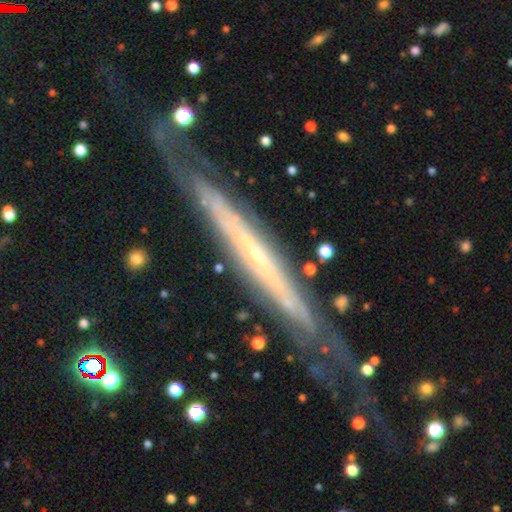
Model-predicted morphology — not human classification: A featured or disk galaxy (75%) viewed edge-on (81%) with no central bulge (75%). Merging: none (73%).